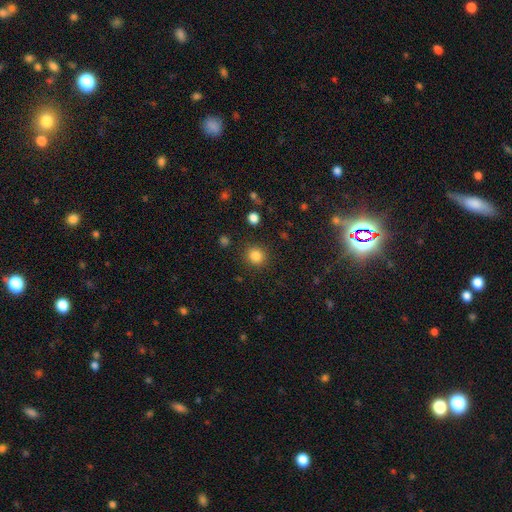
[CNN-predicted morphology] Q: Smooth or featured?
A: smooth (84%); runner-up: star or artifact (12%)
Q: How rounded?
A: round (89%); runner-up: in between (10%)
Q: Merging?
A: none (89%); runner-up: minor disturbance (7%)